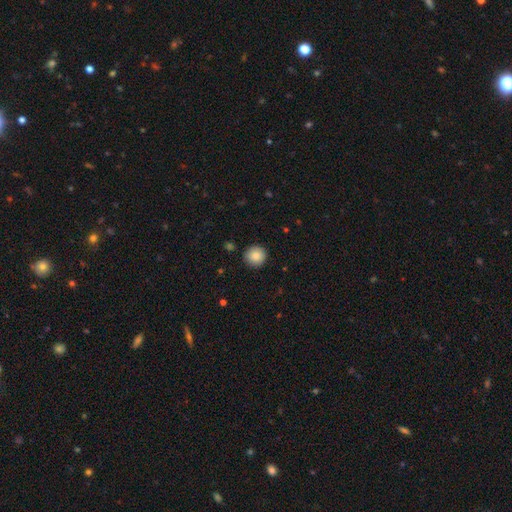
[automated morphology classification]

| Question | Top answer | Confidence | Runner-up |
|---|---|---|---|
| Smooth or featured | smooth | 87% | star or artifact (8%) |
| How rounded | round | 93% | in between (6%) |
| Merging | none | 90% | minor disturbance (7%) |